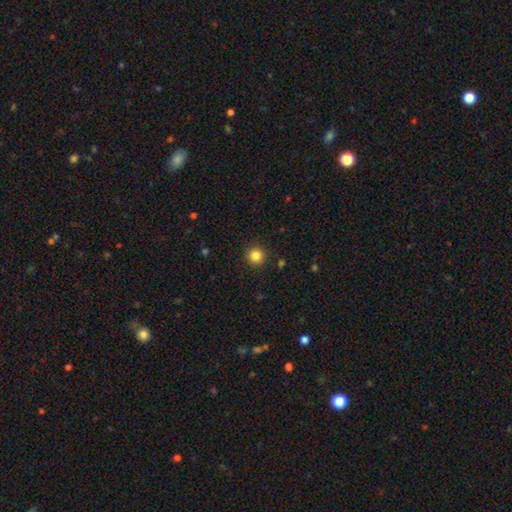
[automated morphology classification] Q: Smooth or featured?
A: smooth (84%); runner-up: star or artifact (12%)
Q: How rounded?
A: round (94%); runner-up: in between (5%)
Q: Merging?
A: none (91%); runner-up: minor disturbance (6%)